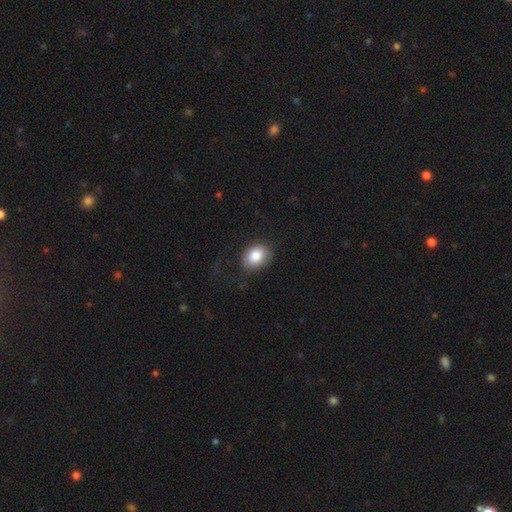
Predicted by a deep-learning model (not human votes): smooth_or_featured: smooth (p=0.84) [alt: featured or disk p=0.08]
how_rounded: in between (p=0.69) [alt: round p=0.30]
merging: none (p=0.75) [alt: minor disturbance p=0.16]